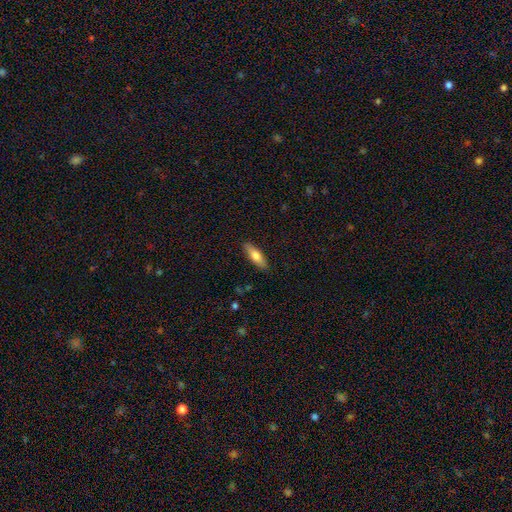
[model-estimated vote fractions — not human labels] The model was most divided on "how rounded": cigar-shaped: 50%, in between: 48%, round: 2%. More confident: merging — none (88%); smooth or featured — smooth (70%).